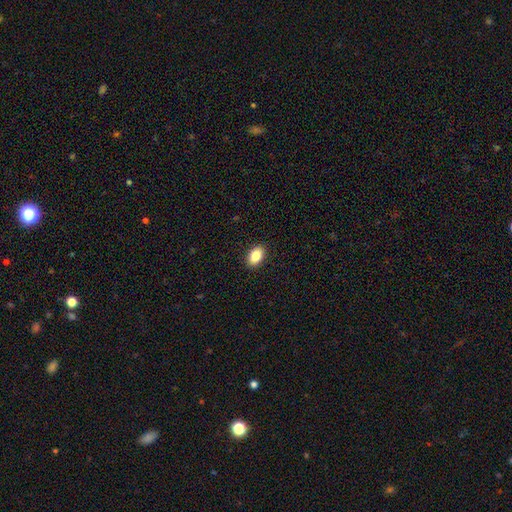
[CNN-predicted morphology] smooth 84%, featured or disk 8%, star or artifact 8%. Down the decision tree: how rounded — in between (89%); merging — none (90%).